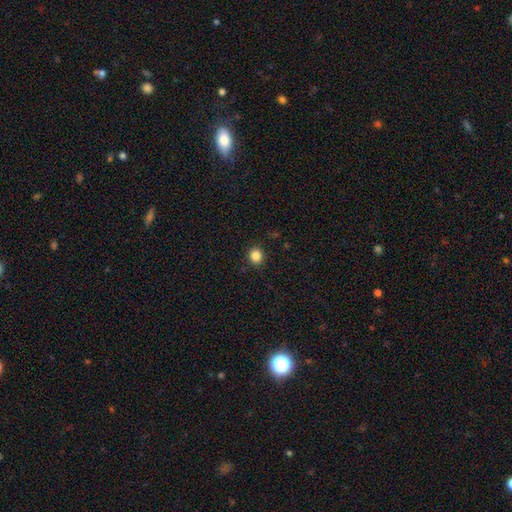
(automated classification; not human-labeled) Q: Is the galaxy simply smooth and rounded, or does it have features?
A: smooth — 85%.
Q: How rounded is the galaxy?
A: round — 79%.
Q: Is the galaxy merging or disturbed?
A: none — 90%.